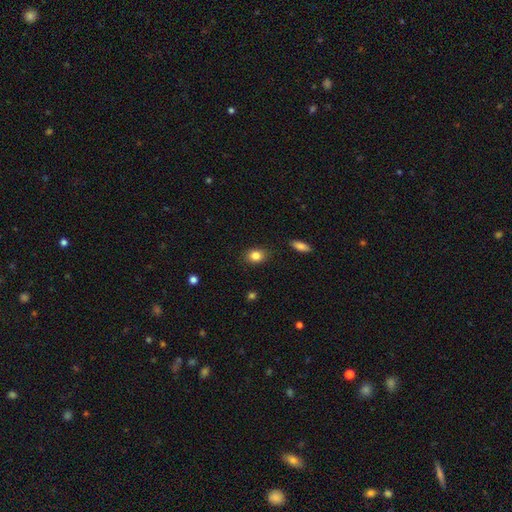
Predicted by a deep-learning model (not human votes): A smooth galaxy with no disk features (84%) that is in between round and cigar-shaped (59%). Merging: none (85%).